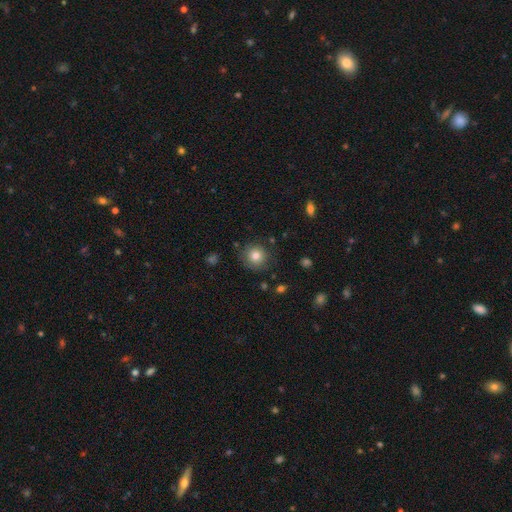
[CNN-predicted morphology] Smooth or featured? Predicted: smooth (p=0.78). How rounded? Predicted: round (p=0.93). Merging? Predicted: none (p=0.84).